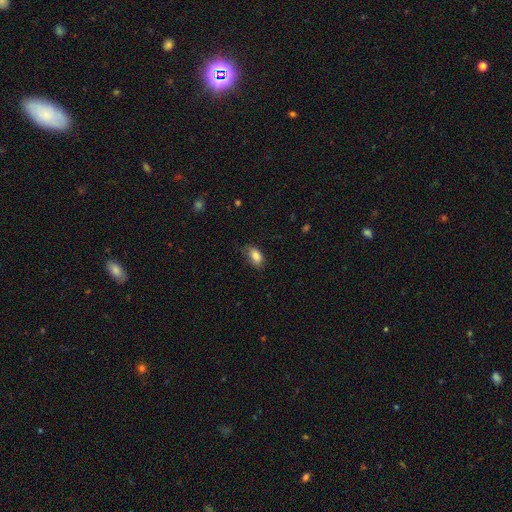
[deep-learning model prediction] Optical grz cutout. It shows a smooth galaxy with no disk features (85%) that is in between round and cigar-shaped (90%). Merging: none (72%).